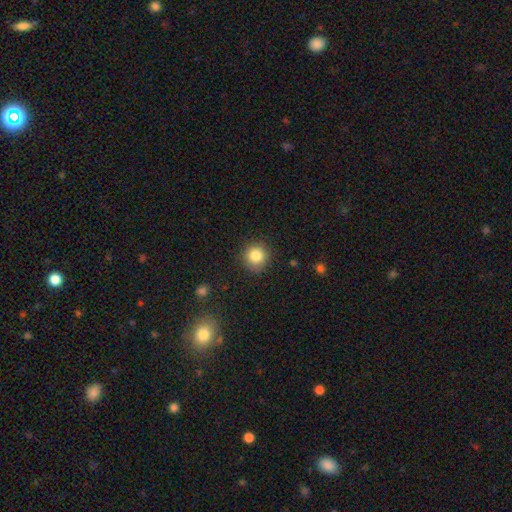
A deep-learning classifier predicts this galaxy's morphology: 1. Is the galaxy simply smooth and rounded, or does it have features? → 84% smooth, 10% star or artifact, 6% featured or disk.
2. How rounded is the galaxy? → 92% round, 7% in between, 1% cigar-shaped.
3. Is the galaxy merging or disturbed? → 88% none, 8% minor disturbance, 2% major disturbance, 1% merger.